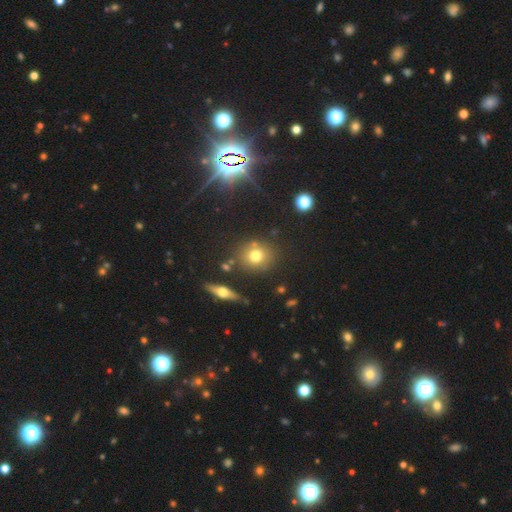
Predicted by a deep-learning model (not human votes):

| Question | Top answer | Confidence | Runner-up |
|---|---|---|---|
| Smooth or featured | smooth | 70% | featured or disk (15%) |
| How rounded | round | 80% | in between (19%) |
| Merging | none | 77% | minor disturbance (11%) |